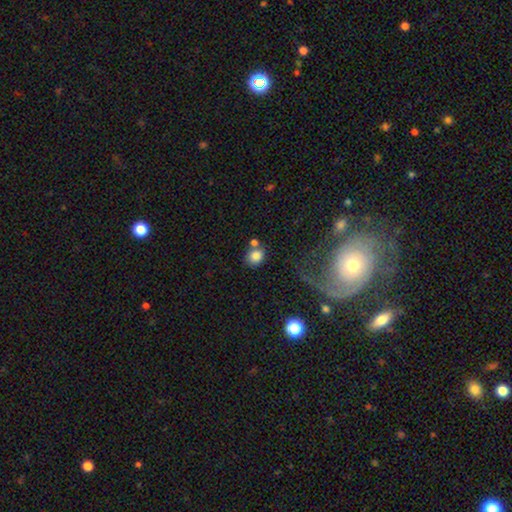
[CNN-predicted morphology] Smooth or featured? smooth (82%)
How rounded? round (65%)
Merging? none (60%)